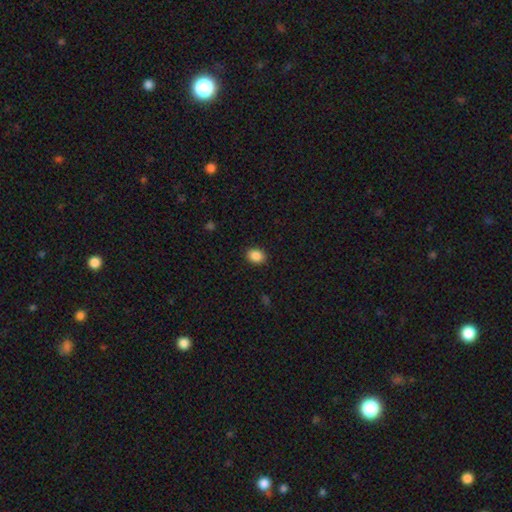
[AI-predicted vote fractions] The model was most divided on "how rounded": in between: 54%, round: 45%, cigar-shaped: 1%. More confident: merging — none (90%); smooth or featured — smooth (88%).